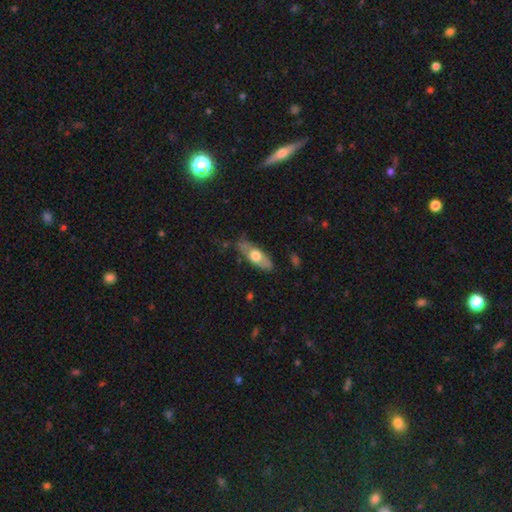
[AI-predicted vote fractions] This appears to be a smooth galaxy with no disk features (55%) that is in between round and cigar-shaped (64%). Merging: none (76%).